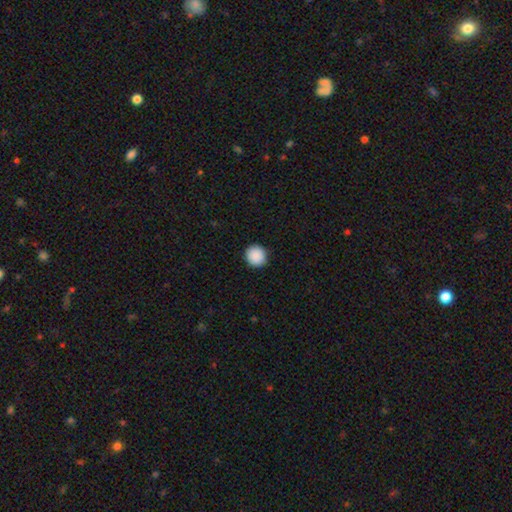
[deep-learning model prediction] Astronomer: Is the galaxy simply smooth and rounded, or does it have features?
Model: smooth — 90%.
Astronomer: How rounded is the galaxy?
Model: round — 94%.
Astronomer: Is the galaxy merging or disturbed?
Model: none — 93%.